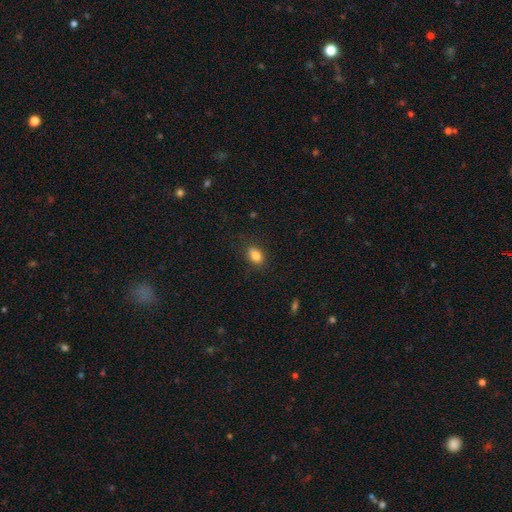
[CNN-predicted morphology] smooth-or-featured: smooth: 83% | star or artifact: 9% | featured or disk: 7%
  how-rounded: in between: 82% | round: 15% | cigar-shaped: 3%
  merging: none: 78% | minor disturbance: 16% | major disturbance: 4% | merger: 2%